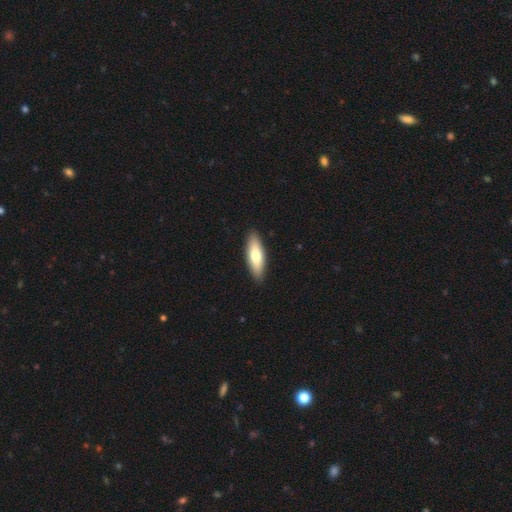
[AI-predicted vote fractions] Smooth or featured: smooth — 70% (featured or disk — 24%)
How rounded: in between — 55% (cigar-shaped — 43%)
Merging: none — 90% (minor disturbance — 7%)